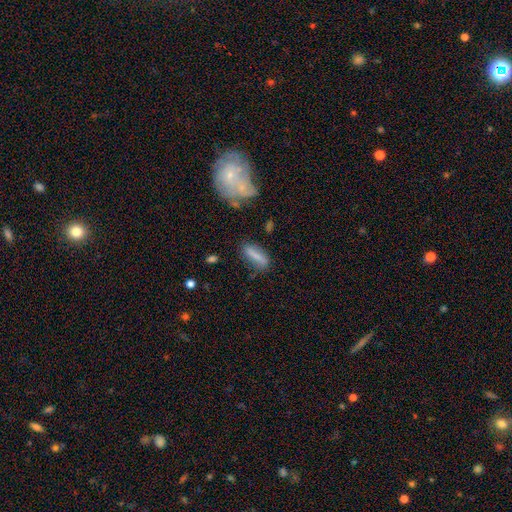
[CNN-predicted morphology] The model was most divided on "how rounded": cigar-shaped: 52%, in between: 45%, round: 3%. More confident: smooth or featured — smooth (72%); merging — none (70%).